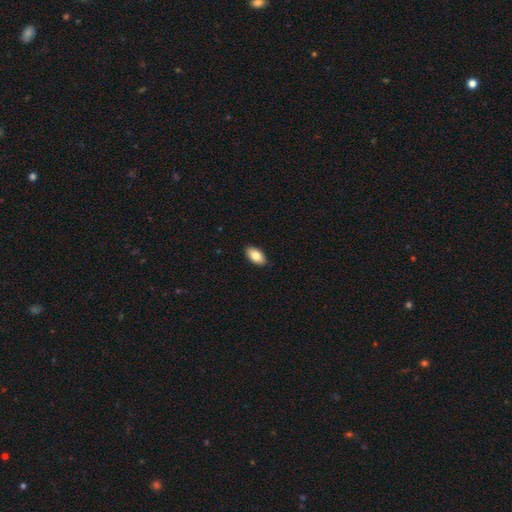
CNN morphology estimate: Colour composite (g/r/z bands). It shows a smooth galaxy with no disk features (81%) that is in between round and cigar-shaped (94%). Merging: none (90%).